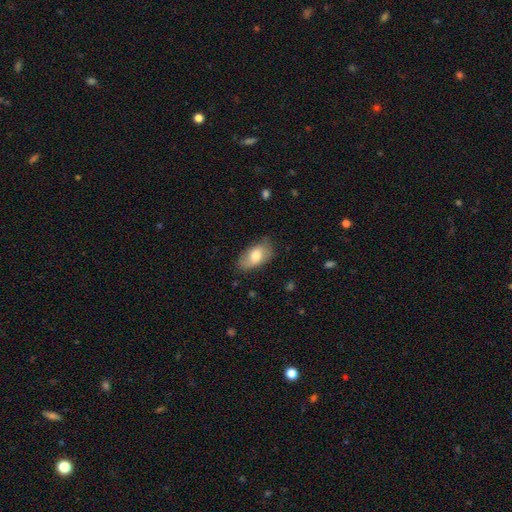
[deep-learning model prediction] smooth-or-featured: smooth: 72% | featured or disk: 22% | star or artifact: 6%
  how-rounded: in between: 93% | round: 4% | cigar-shaped: 2%
  merging: none: 75% | minor disturbance: 20% | major disturbance: 4% | merger: 1%